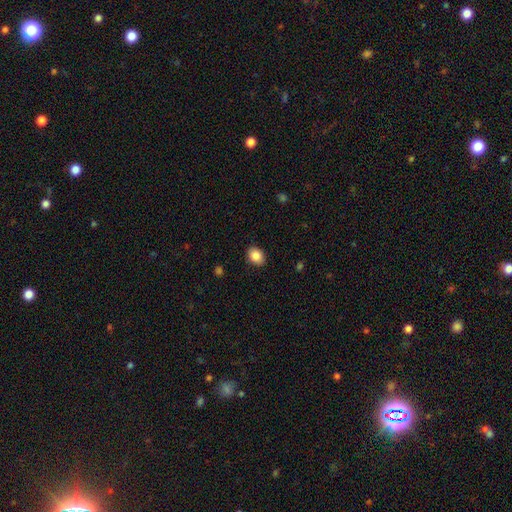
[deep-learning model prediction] A smooth galaxy with no disk features (87%) that is in between round and cigar-shaped (66%). Merging: none (89%).